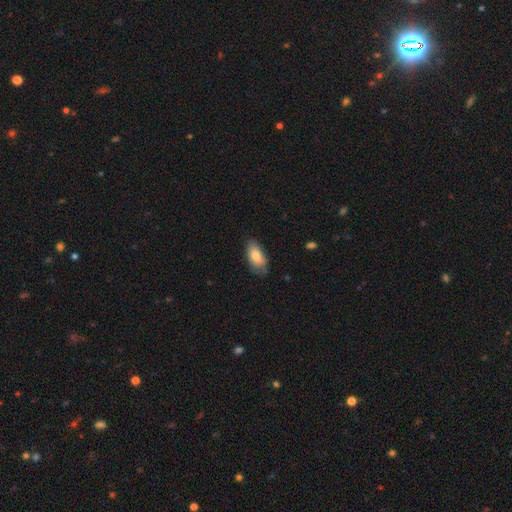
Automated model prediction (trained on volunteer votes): This appears to be a smooth galaxy with no disk features (78%) that is in between round and cigar-shaped (90%). Merging: none (65%).